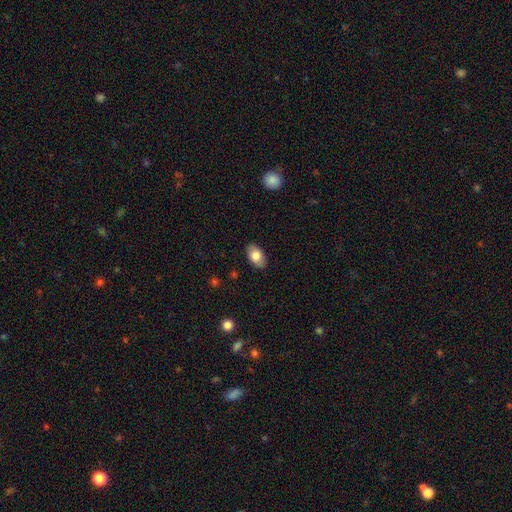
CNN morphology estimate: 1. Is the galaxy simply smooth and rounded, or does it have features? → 80% smooth, 14% featured or disk, 7% star or artifact.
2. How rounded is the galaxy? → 92% in between, 6% round, 1% cigar-shaped.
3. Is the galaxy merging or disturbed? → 86% none, 10% minor disturbance, 2% major disturbance, 1% merger.